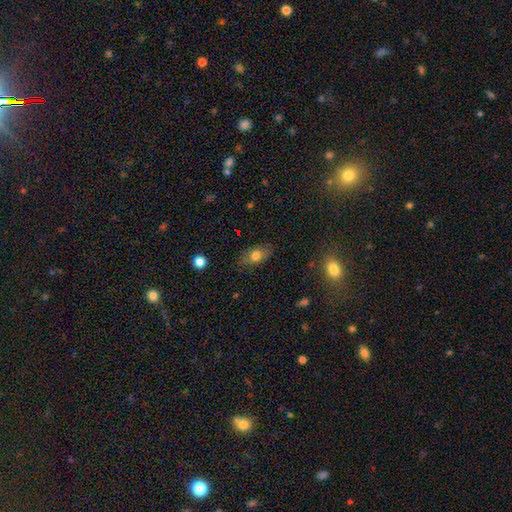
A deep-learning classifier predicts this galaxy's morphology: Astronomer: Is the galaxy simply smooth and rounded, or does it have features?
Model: smooth — 73%.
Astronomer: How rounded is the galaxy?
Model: in between — 84%.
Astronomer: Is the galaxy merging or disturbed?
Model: none — 80%.